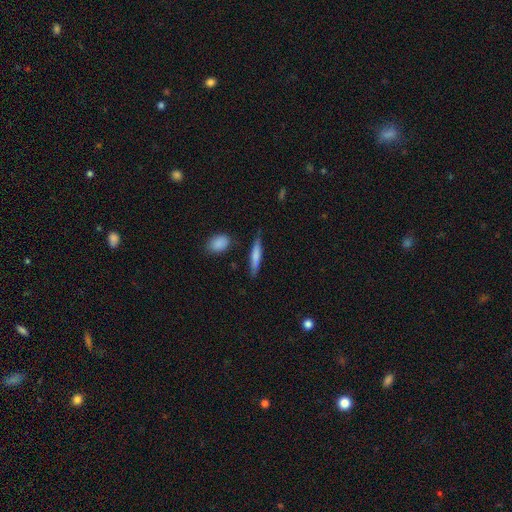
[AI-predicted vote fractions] A smooth galaxy with no disk features (70%) that is cigar-shaped (85%).

Vote fractions:
- Smooth or featured? smooth: 70% / featured or disk: 24% / star or artifact: 6%
- How rounded? cigar-shaped: 85% / in between: 13% / round: 2%
- Merging? none: 80% / minor disturbance: 14% / major disturbance: 3% / merger: 3%